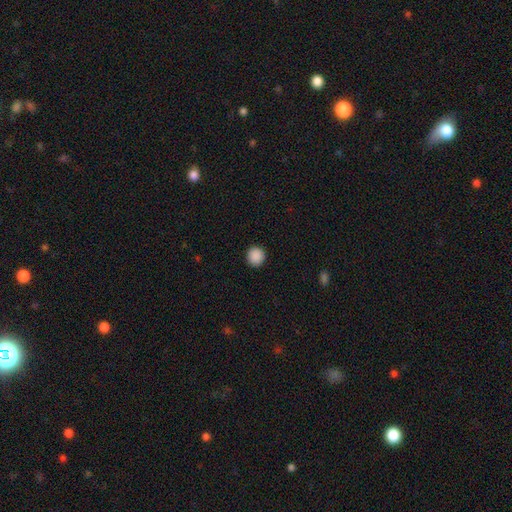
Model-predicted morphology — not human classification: Q: Smooth or featured?
A: smooth (90%); runner-up: star or artifact (8%)
Q: How rounded?
A: round (92%); runner-up: in between (7%)
Q: Merging?
A: none (92%); runner-up: minor disturbance (5%)